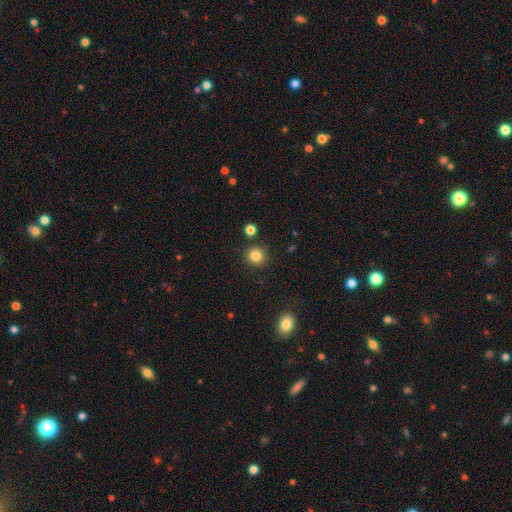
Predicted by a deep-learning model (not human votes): Q: Smooth or featured?
A: smooth (83%); runner-up: star or artifact (12%)
Q: How rounded?
A: round (92%); runner-up: in between (7%)
Q: Merging?
A: none (87%); runner-up: minor disturbance (7%)